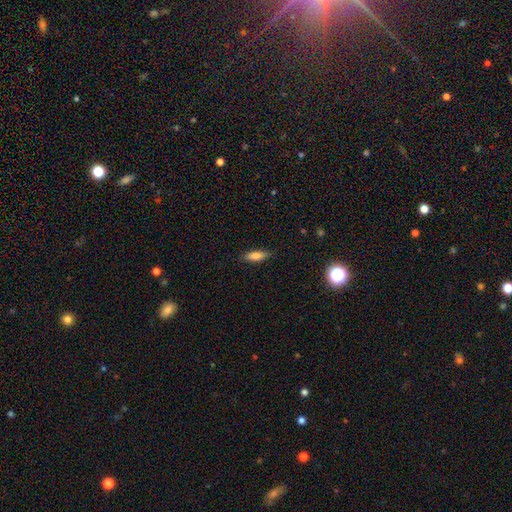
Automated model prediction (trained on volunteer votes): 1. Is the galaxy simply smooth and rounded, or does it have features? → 78% smooth, 14% featured or disk, 8% star or artifact.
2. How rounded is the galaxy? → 54% in between, 44% cigar-shaped, 2% round.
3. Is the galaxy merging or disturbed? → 85% none, 12% minor disturbance, 2% major disturbance, 1% merger.